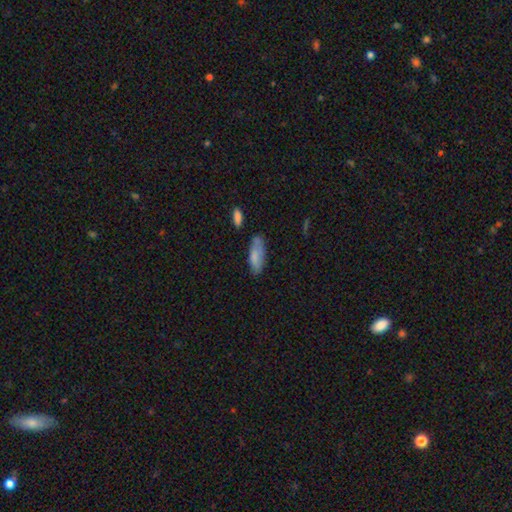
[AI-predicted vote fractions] The model was most divided on "merging": none: 58%, minor disturbance: 27%, major disturbance: 7%, merger: 7%. More confident: smooth or featured — smooth (77%); how rounded — in between (71%).